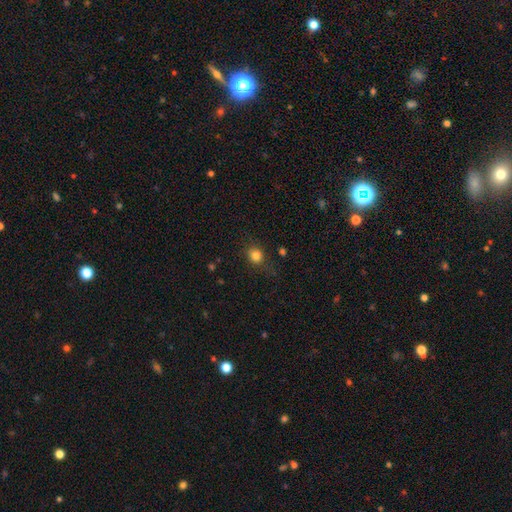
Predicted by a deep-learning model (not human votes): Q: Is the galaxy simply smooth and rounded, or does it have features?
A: smooth — 81%.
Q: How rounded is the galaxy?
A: round — 70%.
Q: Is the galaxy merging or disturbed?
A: none — 75%.